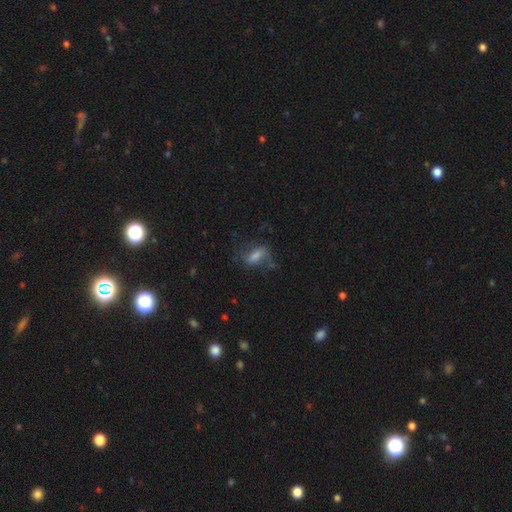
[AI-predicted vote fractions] This appears to be a smooth galaxy with no disk features (44%). Merging: none (52%).